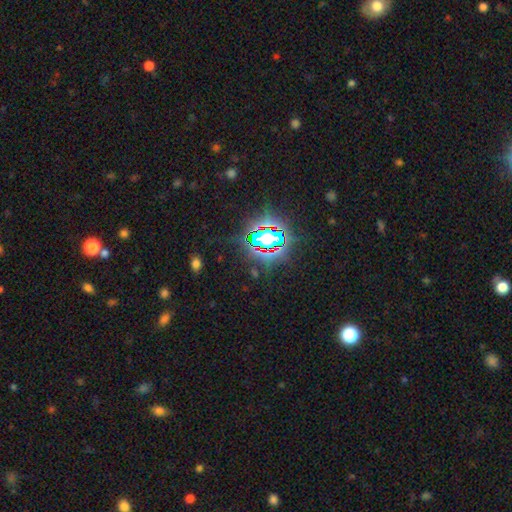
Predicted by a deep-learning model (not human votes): The model was most divided on "smooth or featured": star or artifact: 84%, smooth: 9%, featured or disk: 7%.